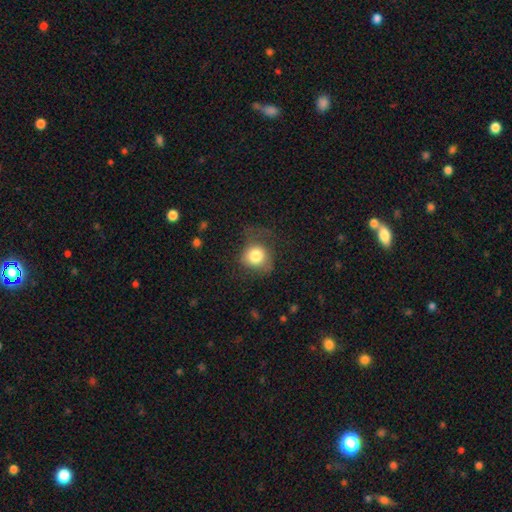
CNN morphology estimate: smooth-or-featured: smooth: 80% | featured or disk: 11% | star or artifact: 9%
  how-rounded: round: 78% | in between: 21% | cigar-shaped: 1%
  merging: none: 51% | minor disturbance: 27% | major disturbance: 20% | merger: 2%